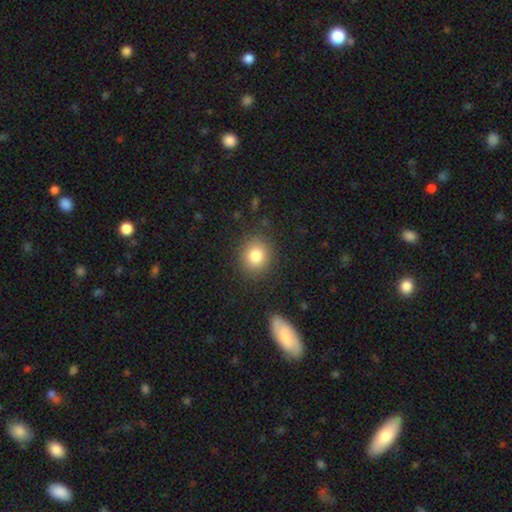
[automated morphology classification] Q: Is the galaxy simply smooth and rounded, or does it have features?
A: smooth — 81%.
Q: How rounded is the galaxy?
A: round — 77%.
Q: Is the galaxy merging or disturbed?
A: none — 86%.